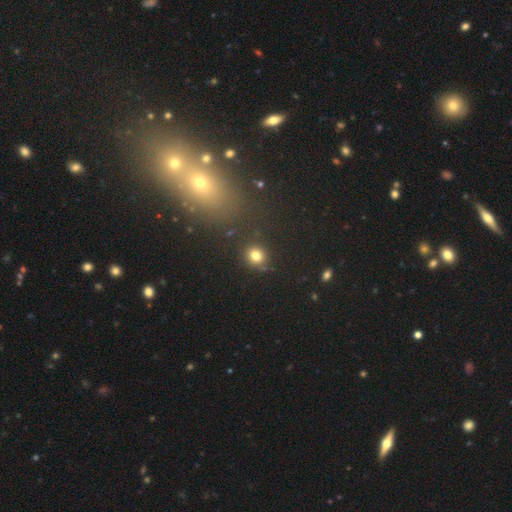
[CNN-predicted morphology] Smooth or featured: smooth — 80% (star or artifact — 14%)
How rounded: round — 83% (in between — 16%)
Merging: none — 83% (minor disturbance — 10%)